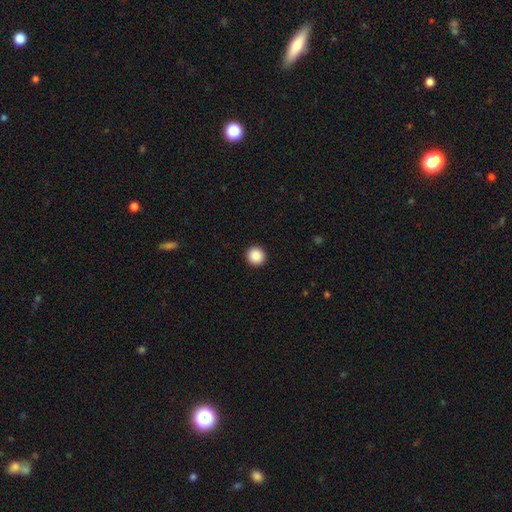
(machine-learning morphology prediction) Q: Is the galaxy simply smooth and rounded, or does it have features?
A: smooth — 89%.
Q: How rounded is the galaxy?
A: round — 94%.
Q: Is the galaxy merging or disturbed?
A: none — 93%.